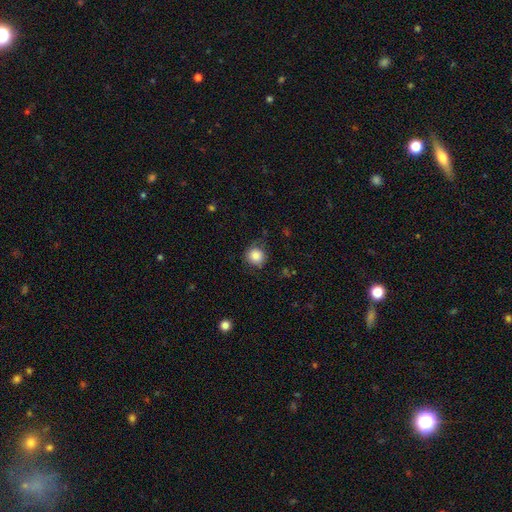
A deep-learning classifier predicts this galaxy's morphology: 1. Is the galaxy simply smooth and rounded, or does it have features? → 85% smooth, 10% star or artifact, 5% featured or disk.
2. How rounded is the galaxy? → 91% round, 8% in between, 1% cigar-shaped.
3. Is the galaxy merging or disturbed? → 78% none, 16% minor disturbance, 4% major disturbance, 1% merger.